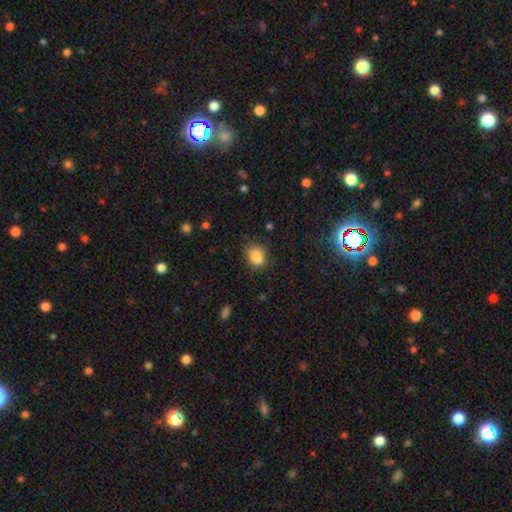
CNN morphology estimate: This is clearly a smooth galaxy (80%). How rounded: possibly in between (52%). Merging: likely none (61%).